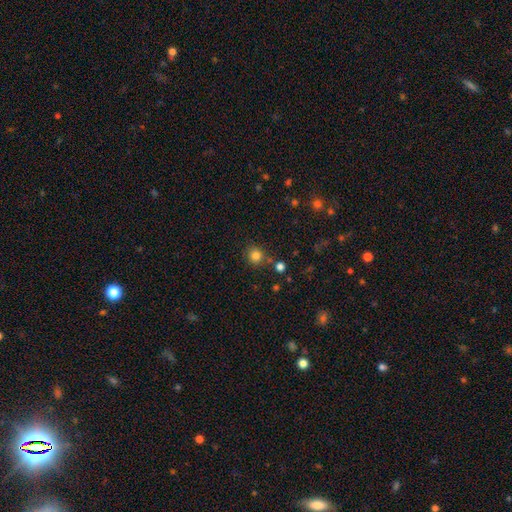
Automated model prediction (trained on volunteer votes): The model was most divided on "smooth or featured": smooth: 81%, star or artifact: 13%, featured or disk: 6%. More confident: how rounded — round (90%); merging — none (79%).